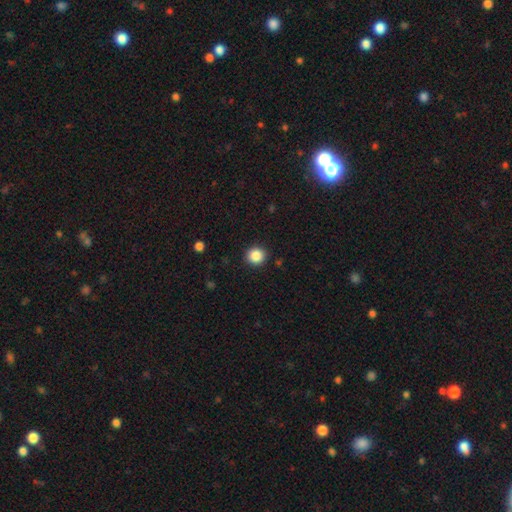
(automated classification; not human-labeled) This is clearly a smooth galaxy (87%). How rounded: clearly round (91%). Merging: clearly none (91%).